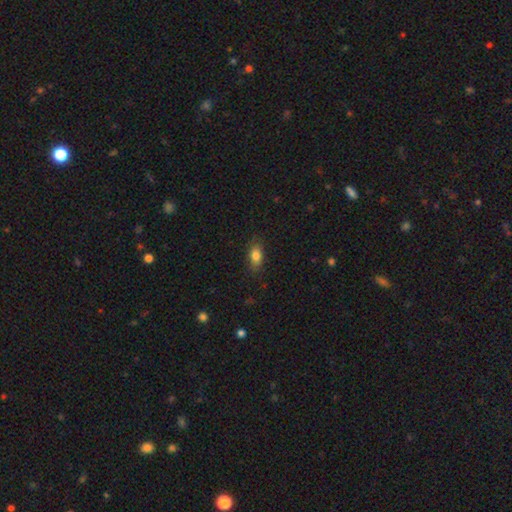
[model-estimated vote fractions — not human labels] The model was most divided on "merging": none: 82%, minor disturbance: 13%, major disturbance: 3%, merger: 1%. More confident: how rounded — in between (84%); smooth or featured — smooth (83%).